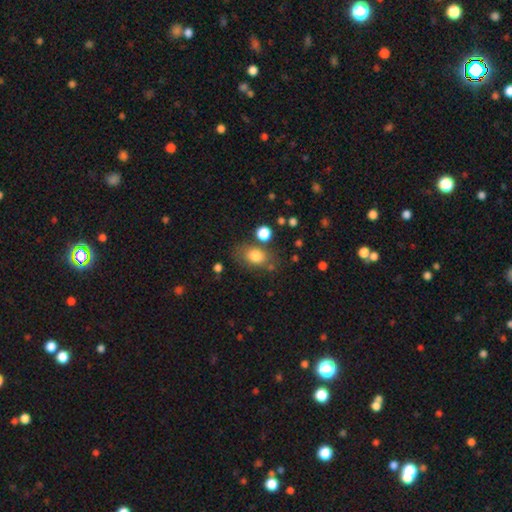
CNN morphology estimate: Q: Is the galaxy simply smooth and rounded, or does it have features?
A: smooth — 80%.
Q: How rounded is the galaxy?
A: in between — 70%.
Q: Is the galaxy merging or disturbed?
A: none — 67%.